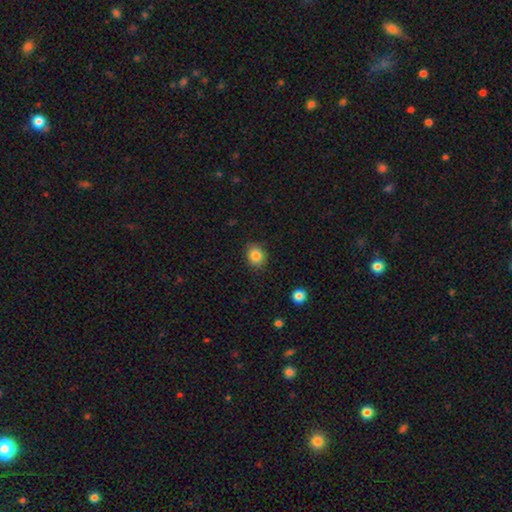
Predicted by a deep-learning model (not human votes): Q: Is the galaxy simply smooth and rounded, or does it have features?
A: smooth — 84%.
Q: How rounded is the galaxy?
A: round — 64%.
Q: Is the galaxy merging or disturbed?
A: none — 87%.